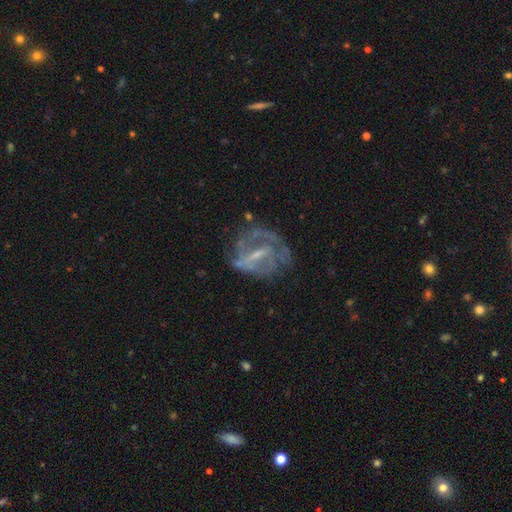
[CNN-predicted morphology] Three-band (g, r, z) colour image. It shows a featured or disk galaxy (76%) with a weak bar (46%), spiral arms (69%) and a small central bulge (55%). Merging: none (57%).